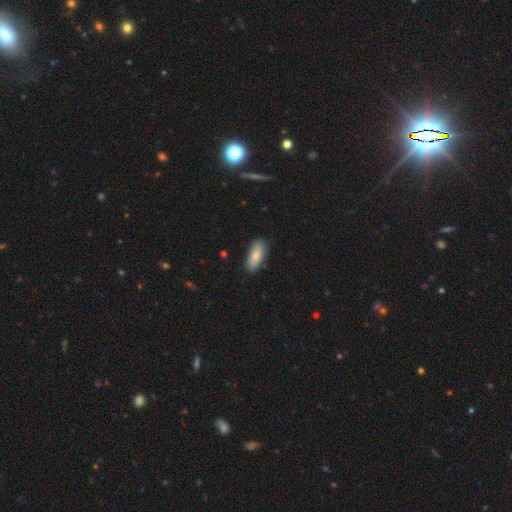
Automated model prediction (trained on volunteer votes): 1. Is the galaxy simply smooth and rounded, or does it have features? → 80% smooth, 14% featured or disk, 6% star or artifact.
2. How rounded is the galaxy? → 77% in between, 21% cigar-shaped, 2% round.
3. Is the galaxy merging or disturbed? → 83% none, 14% minor disturbance, 2% major disturbance, 1% merger.